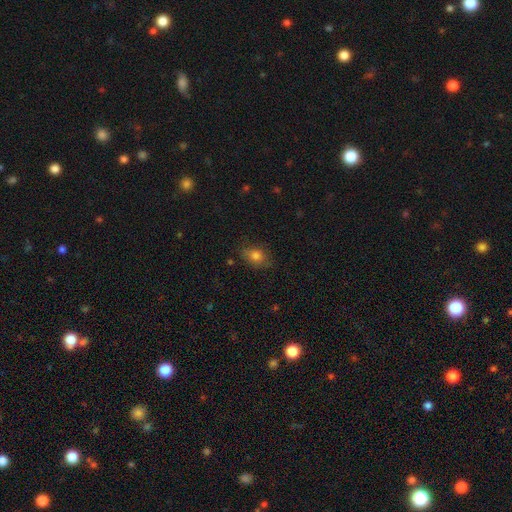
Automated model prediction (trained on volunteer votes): Morphology: type=smooth (79%); roundness=in between (71%); merging=none (76%).